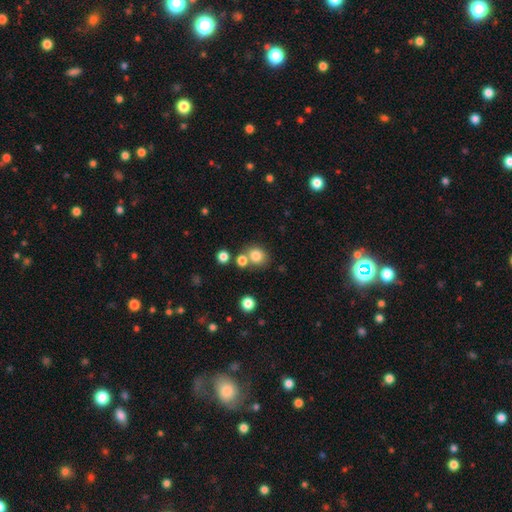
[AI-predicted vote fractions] Smooth or featured?
  - smooth: 80% *
  - star or artifact: 12%
  - featured or disk: 7%
How rounded?
  - round: 76% *
  - in between: 23%
  - cigar-shaped: 1%
Merging?
  - none: 64% *
  - merger: 23%
  - minor disturbance: 10%
  - major disturbance: 4%